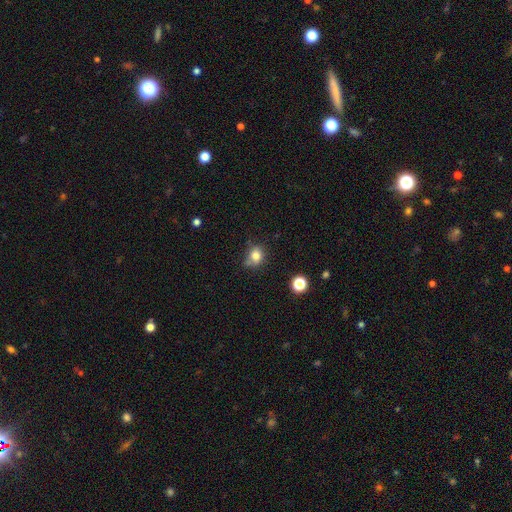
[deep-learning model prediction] The model was most divided on "merging": none: 57%, minor disturbance: 27%, merger: 8%, major disturbance: 7%. More confident: smooth or featured — smooth (80%); how rounded — round (65%).